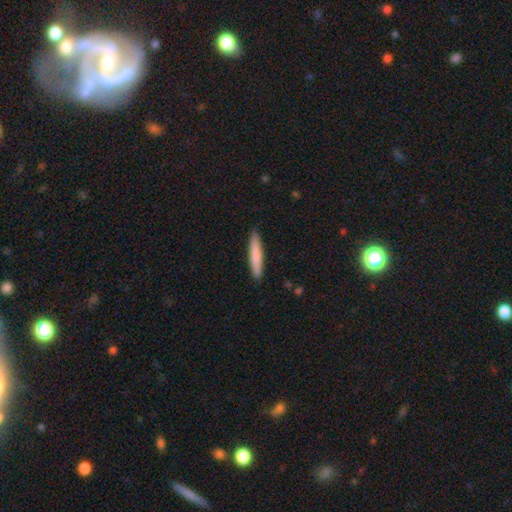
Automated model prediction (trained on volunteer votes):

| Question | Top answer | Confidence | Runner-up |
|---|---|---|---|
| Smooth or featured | smooth | 78% | featured or disk (17%) |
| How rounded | cigar-shaped | 94% | in between (5%) |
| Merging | none | 90% | minor disturbance (7%) |